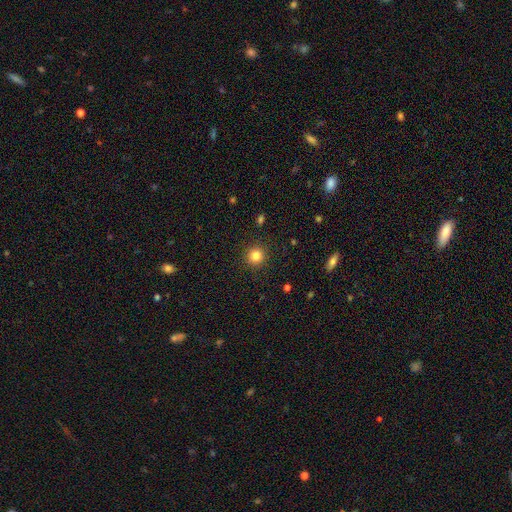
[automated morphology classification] Smooth or featured?
  - smooth: 83% *
  - star or artifact: 12%
  - featured or disk: 5%
How rounded?
  - round: 94% *
  - in between: 5%
  - cigar-shaped: 1%
Merging?
  - none: 91% *
  - minor disturbance: 6%
  - major disturbance: 2%
  - merger: 1%